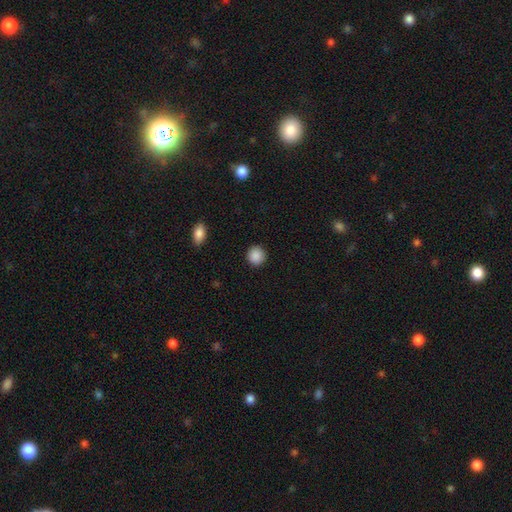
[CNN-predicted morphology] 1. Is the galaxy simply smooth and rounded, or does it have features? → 89% smooth, 8% star or artifact, 3% featured or disk.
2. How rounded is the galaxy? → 91% round, 8% in between, 1% cigar-shaped.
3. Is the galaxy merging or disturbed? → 92% none, 5% minor disturbance, 2% major disturbance, 1% merger.